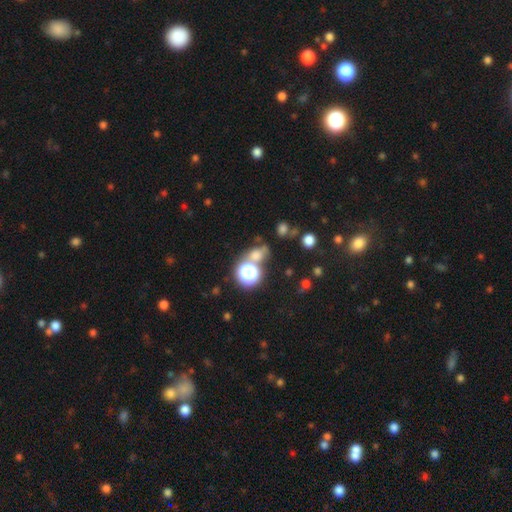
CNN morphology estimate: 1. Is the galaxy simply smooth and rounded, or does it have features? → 55% smooth, 33% star or artifact, 11% featured or disk.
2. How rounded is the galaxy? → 64% round, 33% in between, 3% cigar-shaped.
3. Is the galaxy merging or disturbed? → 55% none, 23% merger, 13% minor disturbance, 9% major disturbance.